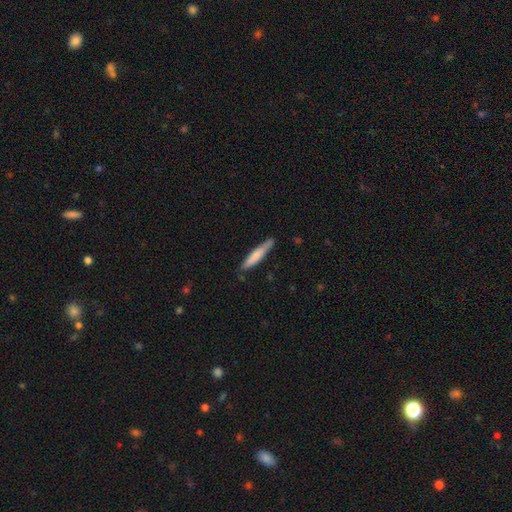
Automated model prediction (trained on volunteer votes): Overall: smooth (73%). How rounded: cigar-shaped (91%). Merging: none (79%).